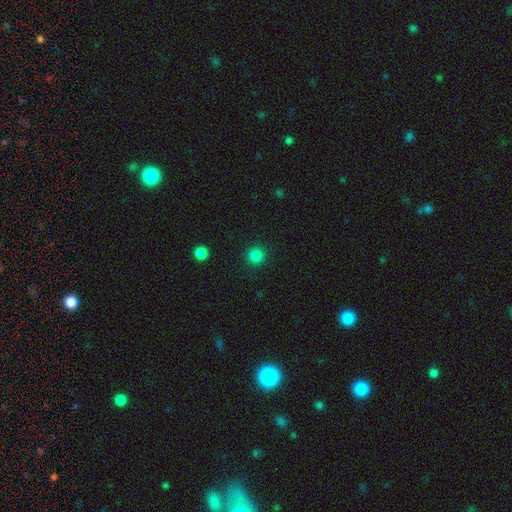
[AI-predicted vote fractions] Smooth or featured? smooth (84%)
How rounded? round (95%)
Merging? none (92%)